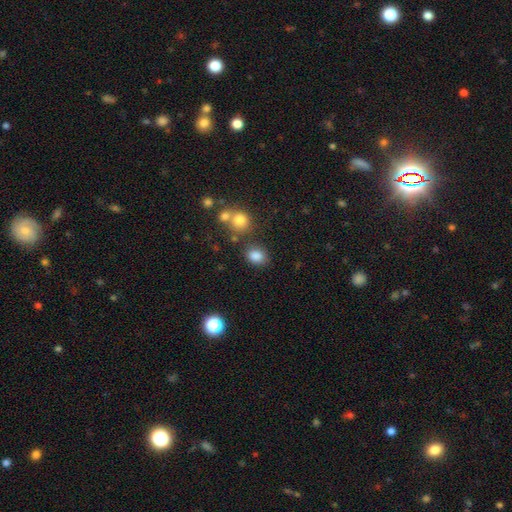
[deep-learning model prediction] A smooth galaxy with no disk features (83%) that is in between round and cigar-shaped (56%).

Vote fractions:
- Smooth or featured? smooth: 83% / star or artifact: 12% / featured or disk: 5%
- How rounded? in between: 56% / round: 43% / cigar-shaped: 1%
- Merging? none: 72% / minor disturbance: 14% / merger: 10% / major disturbance: 5%